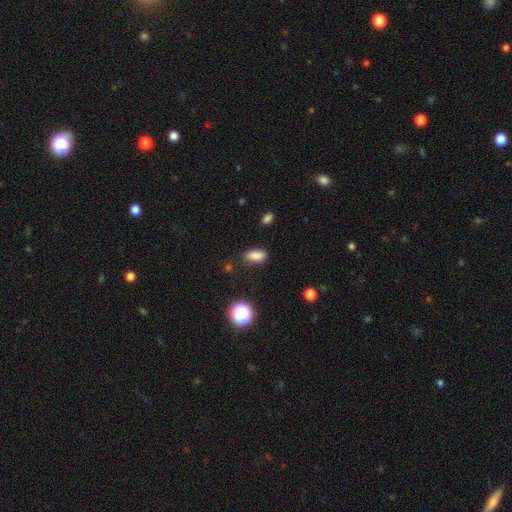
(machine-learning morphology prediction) Smooth or featured? smooth (85%)
How rounded? in between (86%)
Merging? none (82%)